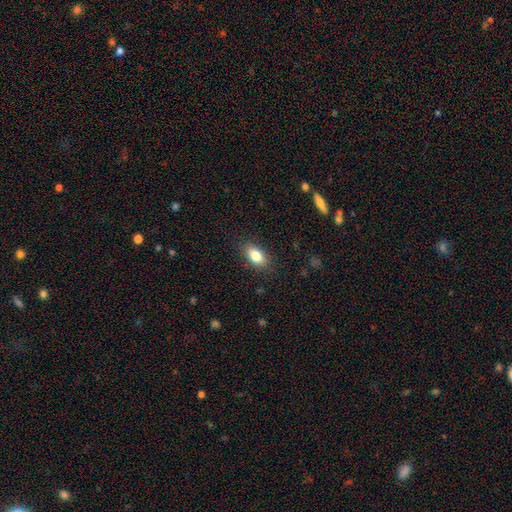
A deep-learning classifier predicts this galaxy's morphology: Smooth or featured: smooth — 82% (featured or disk — 10%)
How rounded: in between — 89% (round — 6%)
Merging: none — 86% (minor disturbance — 10%)